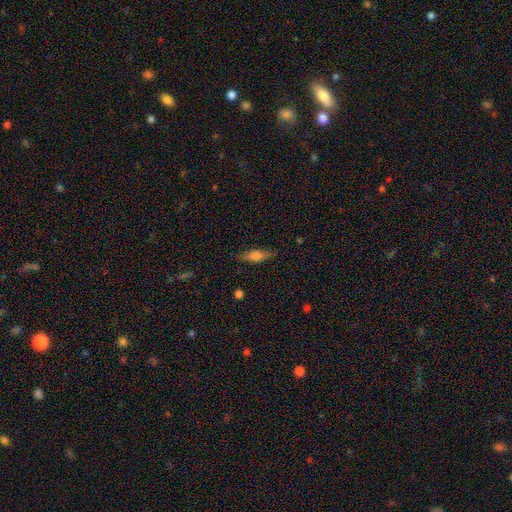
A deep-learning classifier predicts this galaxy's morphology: Smooth or featured? Predicted: smooth (p=0.62). How rounded? Predicted: cigar-shaped (p=0.51). Merging? Predicted: none (p=0.83).